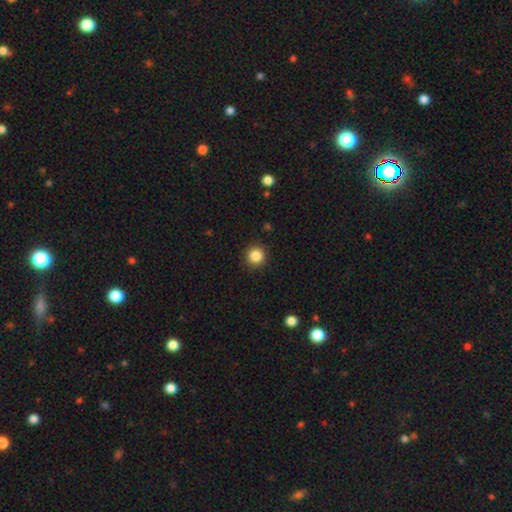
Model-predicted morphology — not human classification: This appears to be a smooth galaxy with no disk features (85%) that is round (95%). Merging: none (92%).